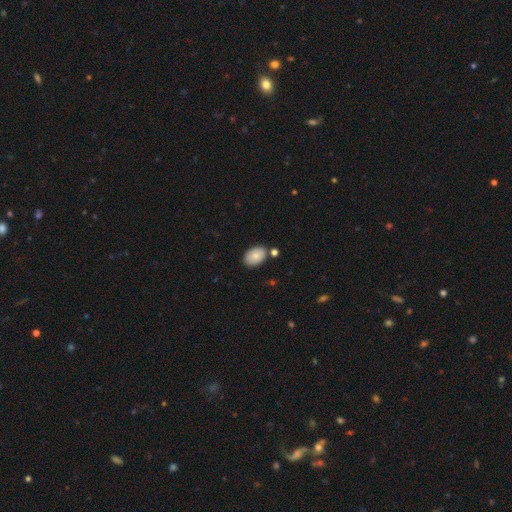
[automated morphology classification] Smooth or featured?
  - smooth: 84% *
  - featured or disk: 8%
  - star or artifact: 7%
How rounded?
  - in between: 89% *
  - round: 10%
  - cigar-shaped: 1%
Merging?
  - none: 80% *
  - minor disturbance: 11%
  - merger: 6%
  - major disturbance: 3%